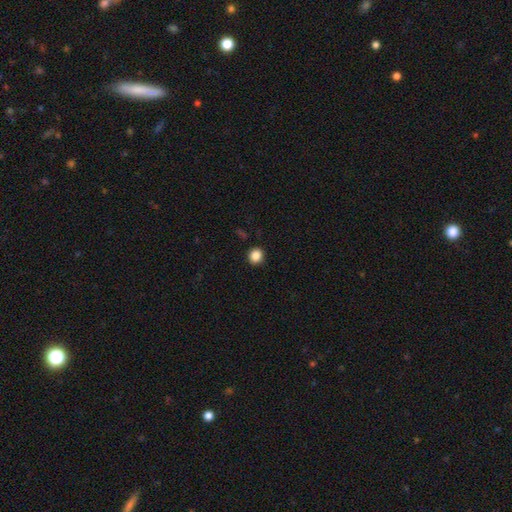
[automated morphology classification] smooth_or_featured: smooth (p=0.87) [alt: star or artifact p=0.10]
how_rounded: round (p=0.84) [alt: in between p=0.15]
merging: none (p=0.91) [alt: minor disturbance p=0.06]